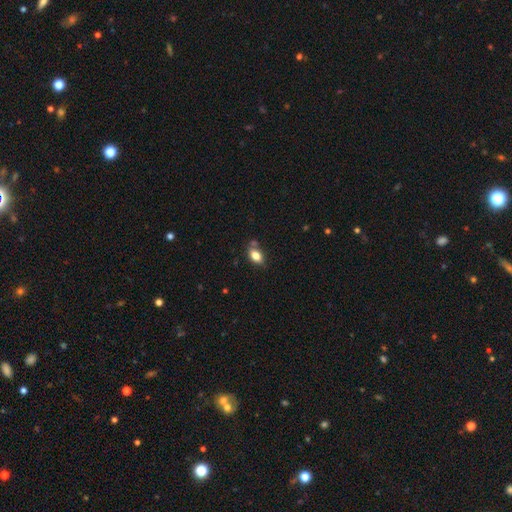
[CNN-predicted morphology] smooth-or-featured: smooth: 80% | featured or disk: 11% | star or artifact: 9%
  how-rounded: in between: 86% | round: 11% | cigar-shaped: 3%
  merging: none: 66% | minor disturbance: 19% | merger: 10% | major disturbance: 4%